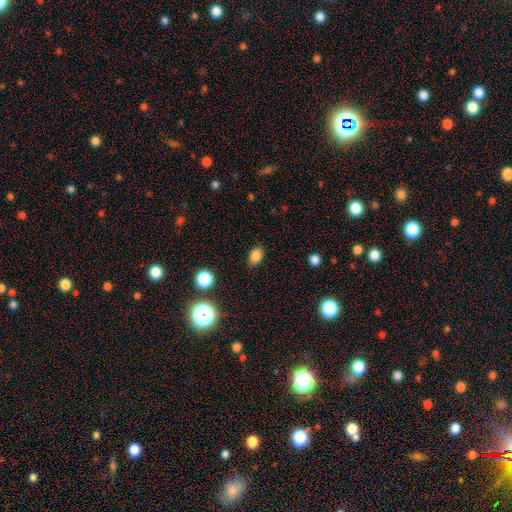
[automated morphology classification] Smooth or featured? smooth (83%)
How rounded? in between (82%)
Merging? none (85%)